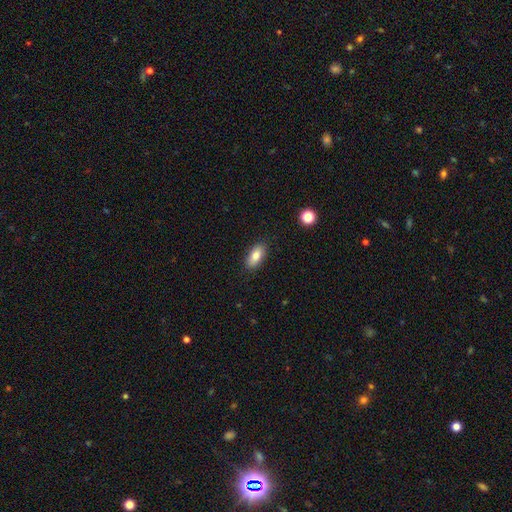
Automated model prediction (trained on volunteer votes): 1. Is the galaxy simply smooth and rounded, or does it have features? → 83% smooth, 10% featured or disk, 8% star or artifact.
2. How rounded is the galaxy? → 88% in between, 9% cigar-shaped, 3% round.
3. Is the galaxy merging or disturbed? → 87% none, 9% minor disturbance, 2% major disturbance, 1% merger.